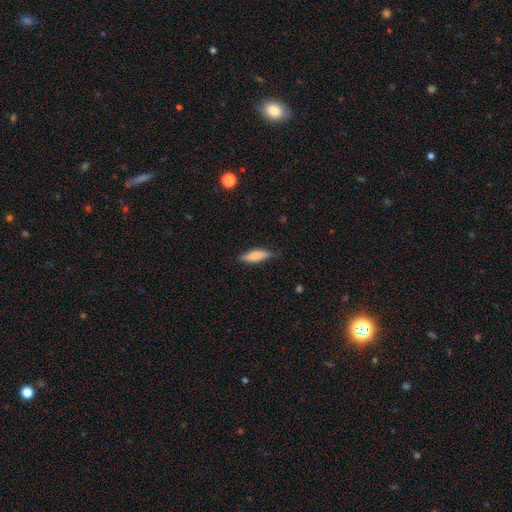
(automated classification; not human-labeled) Q: Smooth or featured?
A: smooth (77%); runner-up: featured or disk (16%)
Q: How rounded?
A: cigar-shaped (58%); runner-up: in between (40%)
Q: Merging?
A: none (82%); runner-up: minor disturbance (14%)